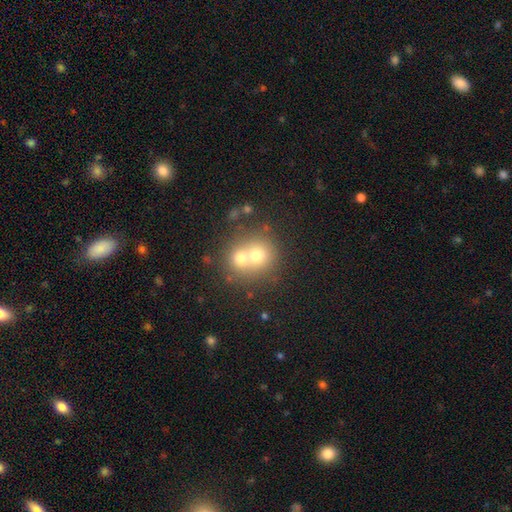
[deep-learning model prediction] Smooth or featured? smooth (65%)
How rounded? round (82%)
Merging? merger (64%)